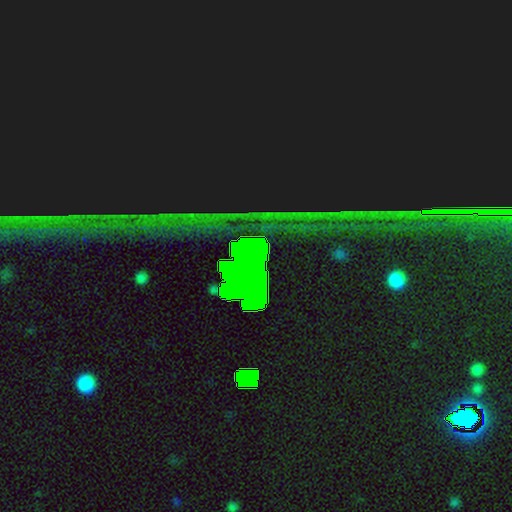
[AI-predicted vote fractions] The model was most divided on "smooth or featured": star or artifact: 71%, featured or disk: 16%, smooth: 12%.